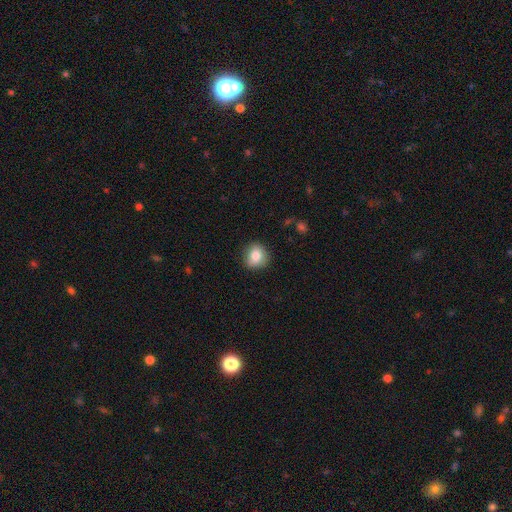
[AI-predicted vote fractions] A smooth galaxy with no disk features (82%) that is round (82%).

Vote fractions:
- Smooth or featured? smooth: 82% / star or artifact: 9% / featured or disk: 9%
- How rounded? round: 82% / in between: 17% / cigar-shaped: 1%
- Merging? none: 83% / minor disturbance: 13% / major disturbance: 3% / merger: 1%